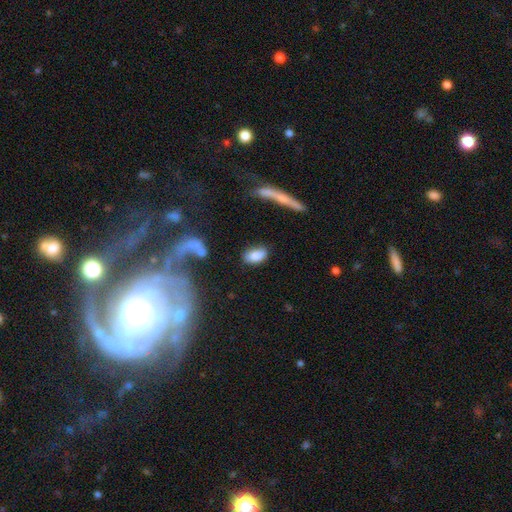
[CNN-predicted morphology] smooth_or_featured: smooth (p=0.79) [alt: featured or disk p=0.13]
how_rounded: in between (p=0.90) [alt: round p=0.07]
merging: none (p=0.77) [alt: minor disturbance p=0.14]